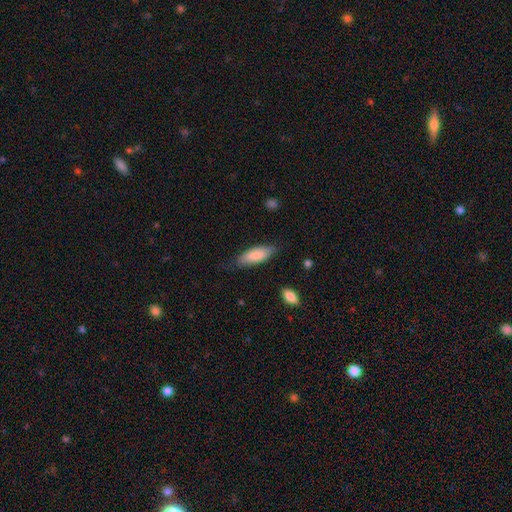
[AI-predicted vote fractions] Smooth or featured?
  - smooth: 84% *
  - featured or disk: 10%
  - star or artifact: 6%
How rounded?
  - in between: 65% *
  - cigar-shaped: 33%
  - round: 2%
Merging?
  - none: 76% *
  - minor disturbance: 18%
  - major disturbance: 4%
  - merger: 2%